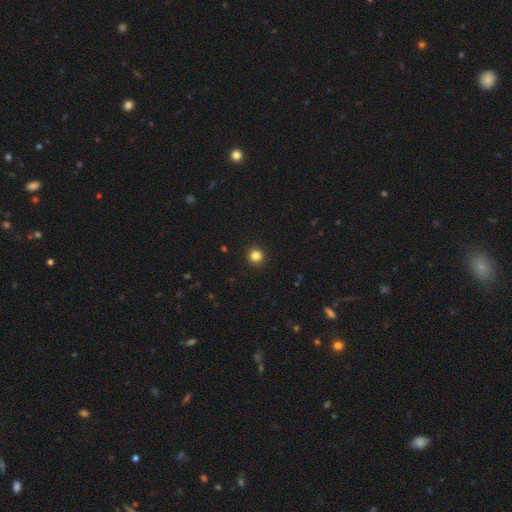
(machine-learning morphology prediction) Q: Smooth or featured?
A: smooth (83%); runner-up: star or artifact (12%)
Q: How rounded?
A: round (95%); runner-up: in between (4%)
Q: Merging?
A: none (93%); runner-up: minor disturbance (4%)